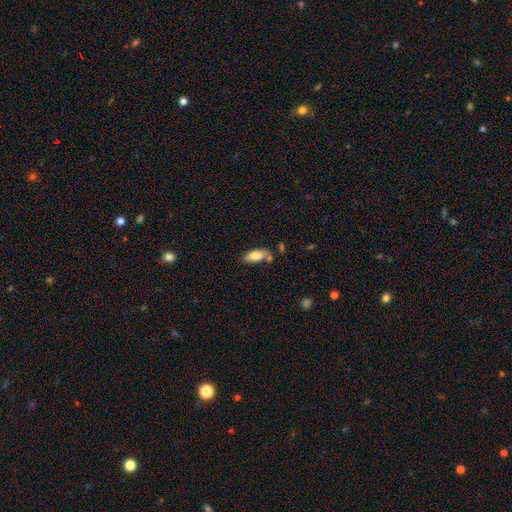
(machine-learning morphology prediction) Overall: smooth (81%). How rounded: in between (84%). Merging: none (63%).